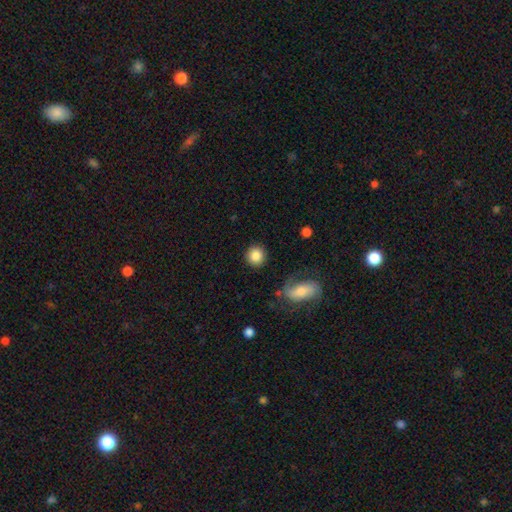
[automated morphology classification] smooth-or-featured: smooth: 84% | star or artifact: 8% | featured or disk: 8%
  how-rounded: round: 90% | in between: 9% | cigar-shaped: 1%
  merging: none: 87% | minor disturbance: 7% | major disturbance: 3% | merger: 3%